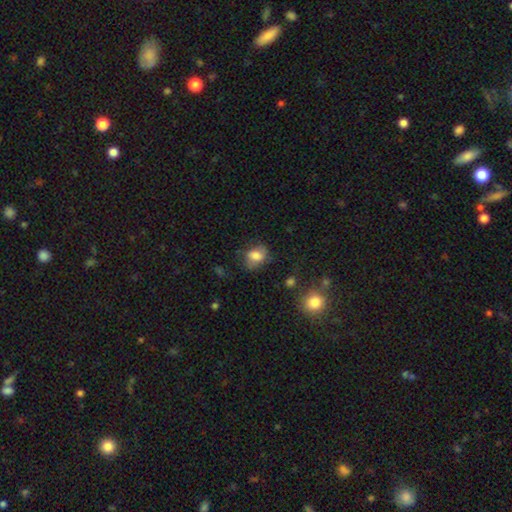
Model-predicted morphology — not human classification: This appears to be a smooth galaxy with no disk features (72%) that is in between round and cigar-shaped (59%). Merging: none (56%).